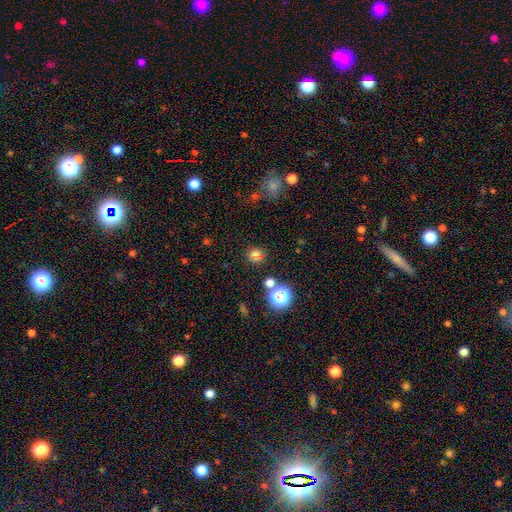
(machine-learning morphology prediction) Q: Smooth or featured?
A: smooth (68%); runner-up: star or artifact (25%)
Q: How rounded?
A: round (82%); runner-up: in between (17%)
Q: Merging?
A: none (75%); runner-up: merger (12%)